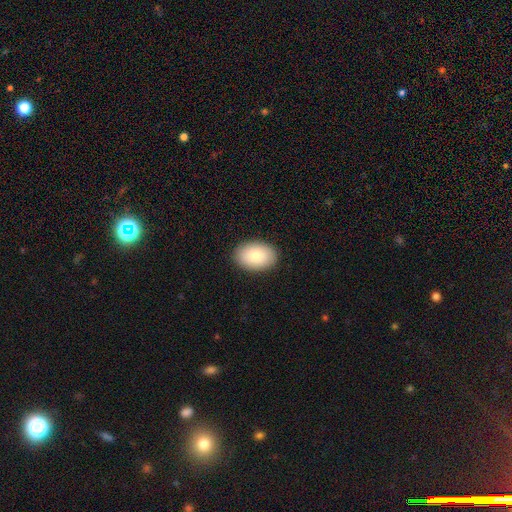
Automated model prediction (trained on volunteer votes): This is clearly a smooth galaxy (86%). How rounded: clearly in between (87%). Merging: clearly none (89%).